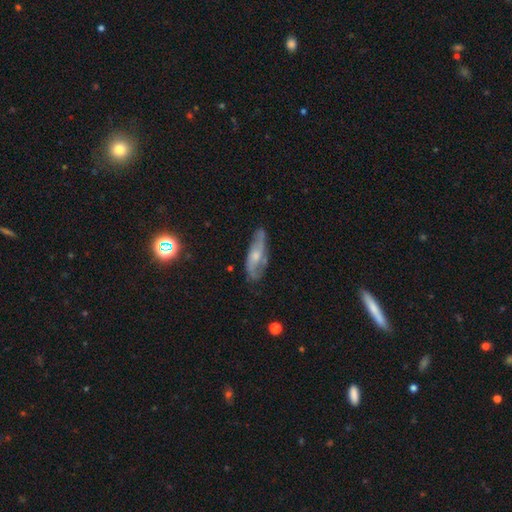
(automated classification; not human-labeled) smooth_or_featured: featured or disk (p=0.65) [alt: smooth p=0.27]
disk_edge_on: no (p=0.77) [alt: yes p=0.23]
bar: no (p=0.64) [alt: weak p=0.29]
has_spiral_arms: yes (p=0.84) [alt: no p=0.16]
bulge_size: moderate (p=0.46) [alt: small p=0.43]
merging: none (p=0.66) [alt: minor disturbance p=0.23]